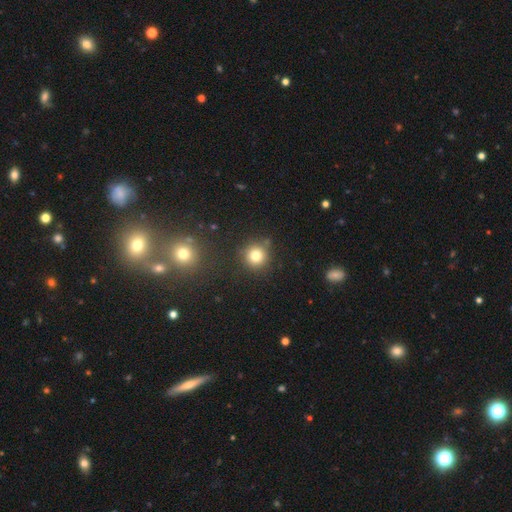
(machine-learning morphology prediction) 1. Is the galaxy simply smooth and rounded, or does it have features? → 78% smooth, 14% star or artifact, 7% featured or disk.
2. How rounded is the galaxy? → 93% round, 6% in between, 1% cigar-shaped.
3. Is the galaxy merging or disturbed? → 82% none, 9% minor disturbance, 5% merger, 3% major disturbance.